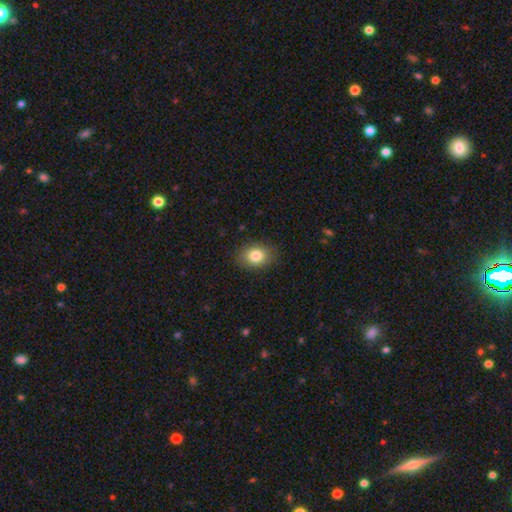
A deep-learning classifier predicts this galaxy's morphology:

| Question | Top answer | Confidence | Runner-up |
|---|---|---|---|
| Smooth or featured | smooth | 83% | star or artifact (9%) |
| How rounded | in between | 65% | round (34%) |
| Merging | none | 86% | minor disturbance (10%) |